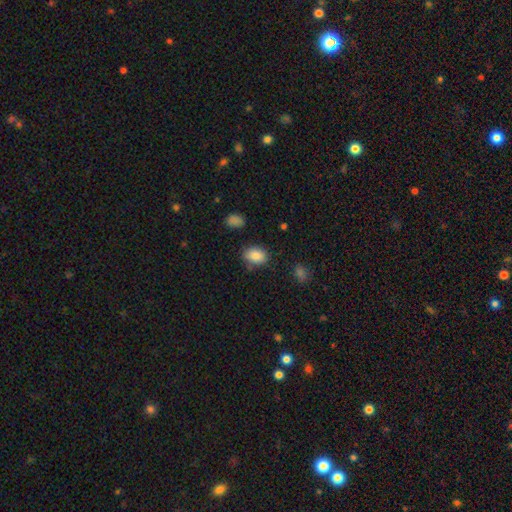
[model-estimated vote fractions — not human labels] smooth 87%, star or artifact 8%, featured or disk 5%. Down the decision tree: how rounded — in between (79%); merging — none (74%).